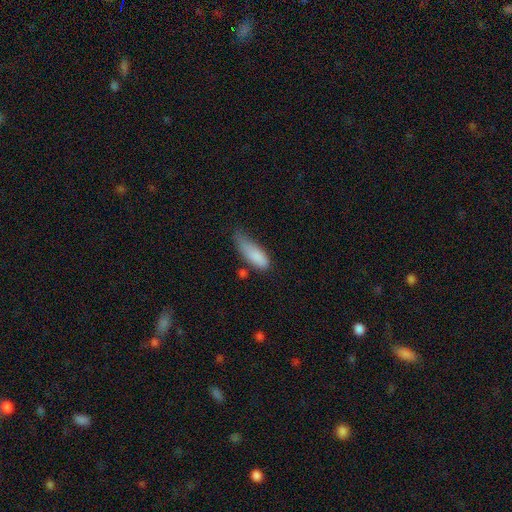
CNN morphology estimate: Smooth or featured? smooth (84%)
How rounded? in between (63%)
Merging? minor disturbance (45%)